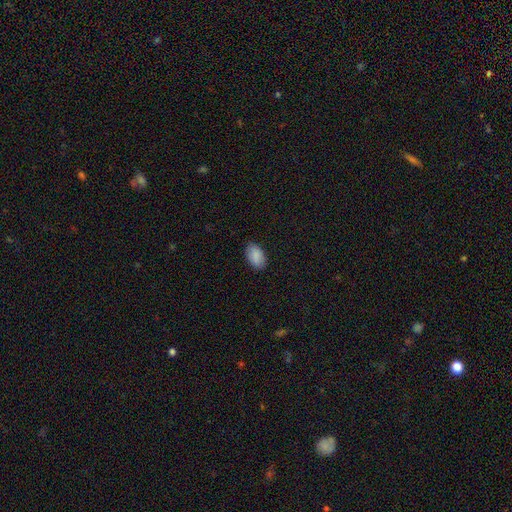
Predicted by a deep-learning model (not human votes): Smooth or featured?
  - smooth: 89% *
  - star or artifact: 7%
  - featured or disk: 5%
How rounded?
  - in between: 94% *
  - round: 5%
  - cigar-shaped: 2%
Merging?
  - none: 86% *
  - minor disturbance: 10%
  - major disturbance: 2%
  - merger: 1%